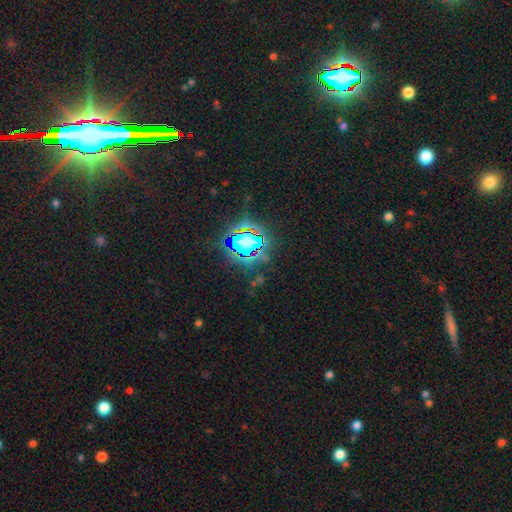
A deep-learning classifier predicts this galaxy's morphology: Smooth or featured: star or artifact — 85% (smooth — 8%)